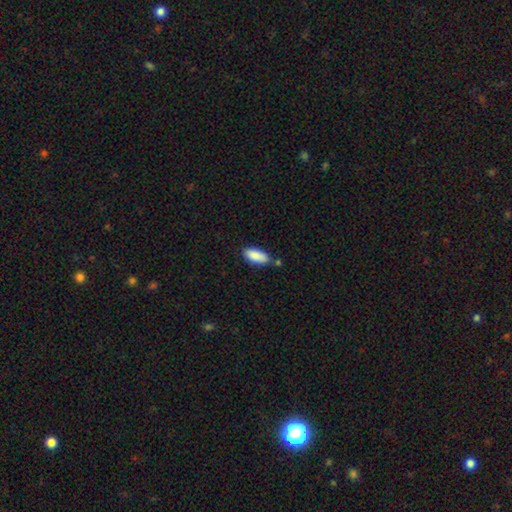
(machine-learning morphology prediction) Overall: smooth (88%). How rounded: in between (83%). Merging: none (71%).